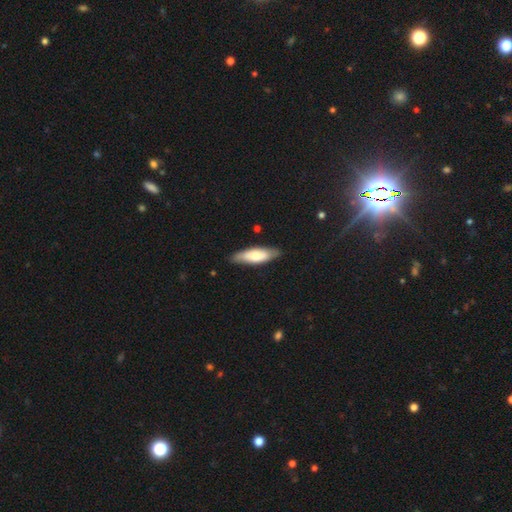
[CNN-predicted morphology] Smooth or featured? smooth (66%)
How rounded? cigar-shaped (51%)
Merging? none (85%)